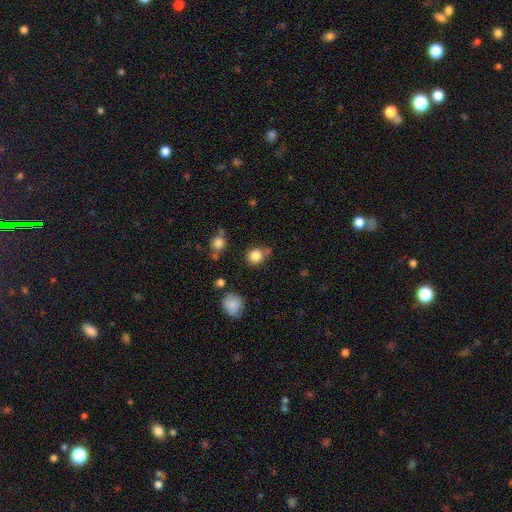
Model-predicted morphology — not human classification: smooth_or_featured: smooth (p=0.82) [alt: star or artifact p=0.12]
how_rounded: round (p=0.80) [alt: in between p=0.19]
merging: none (p=0.64) [alt: minor disturbance p=0.21]